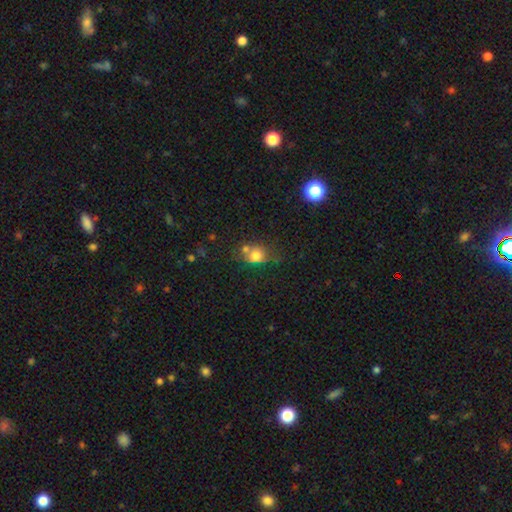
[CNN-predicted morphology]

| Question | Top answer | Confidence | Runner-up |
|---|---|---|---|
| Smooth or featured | smooth | 71% | featured or disk (16%) |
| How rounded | round | 64% | in between (35%) |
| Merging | none | 43% | merger (27%) |